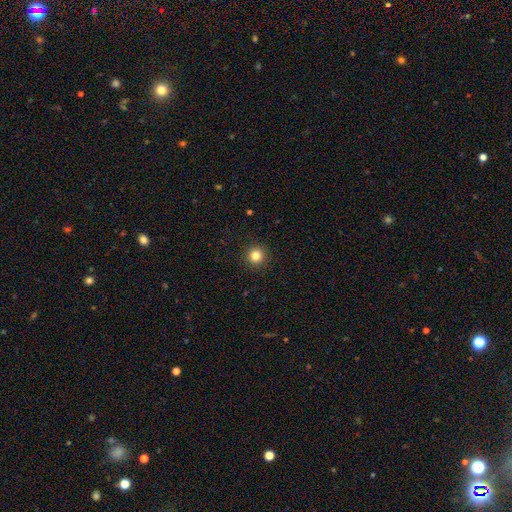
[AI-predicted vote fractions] The model was most divided on "smooth or featured": smooth: 83%, star or artifact: 12%, featured or disk: 5%. More confident: how rounded — round (95%); merging — none (93%).